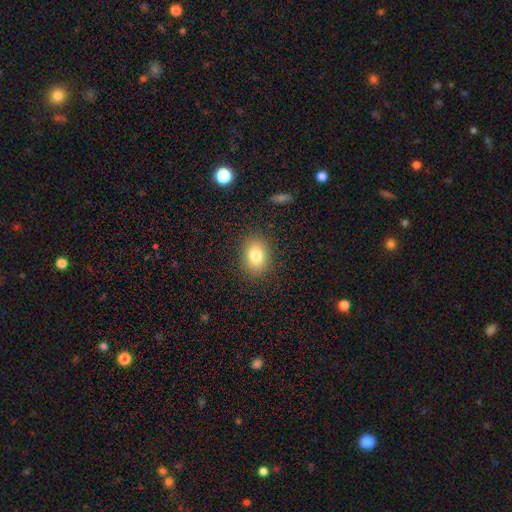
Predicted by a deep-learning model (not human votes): Smooth or featured? smooth (80%)
How rounded? in between (63%)
Merging? none (87%)